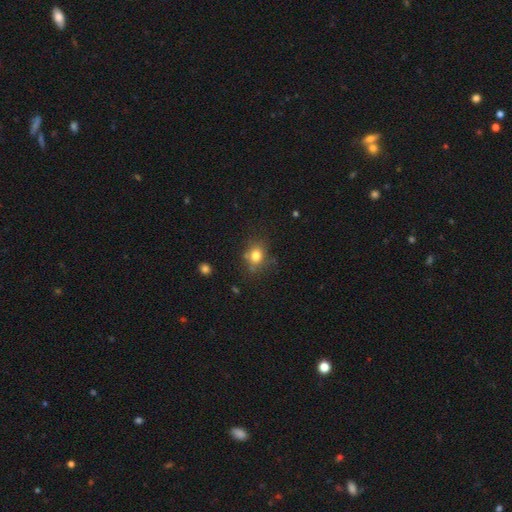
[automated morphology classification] This is likely a smooth galaxy (78%). How rounded: likely round (61%). Merging: likely none (71%).